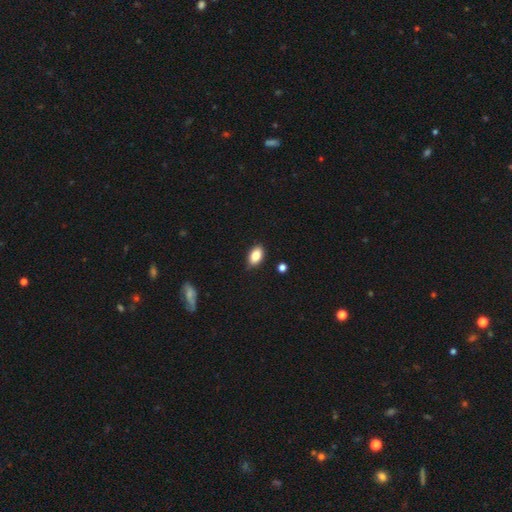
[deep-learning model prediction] Morphology: type=smooth (85%); roundness=in between (91%); merging=none (84%).